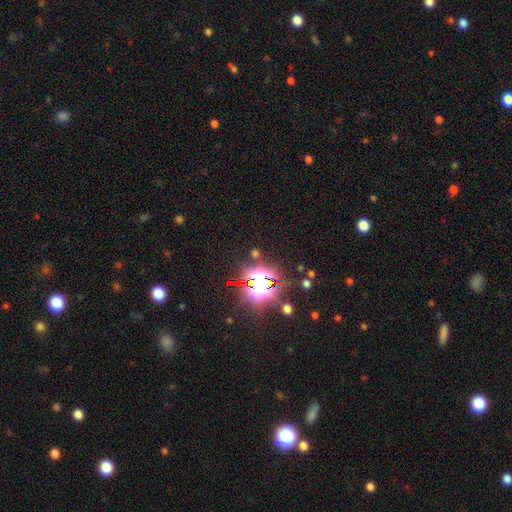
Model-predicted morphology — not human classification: The model was most divided on "smooth or featured": star or artifact: 81%, smooth: 11%, featured or disk: 8%.